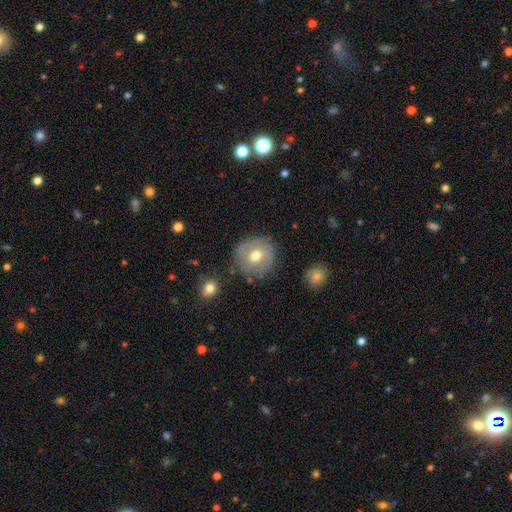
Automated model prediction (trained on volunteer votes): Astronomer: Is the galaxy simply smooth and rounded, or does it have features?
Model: smooth — 62%.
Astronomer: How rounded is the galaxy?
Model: round — 92%.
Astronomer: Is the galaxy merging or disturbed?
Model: none — 81%.